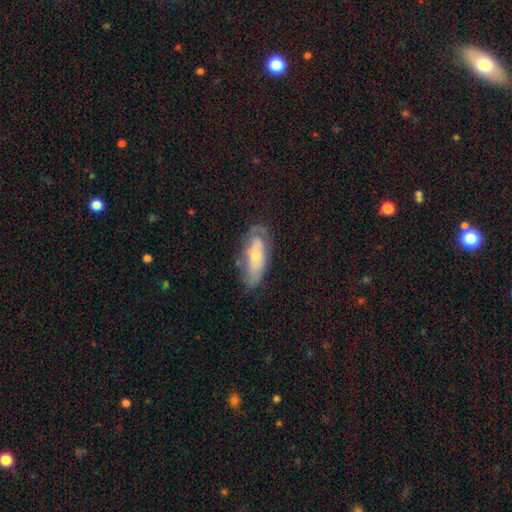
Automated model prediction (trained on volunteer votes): Smooth or featured? Predicted: featured or disk (p=0.55). Edge-on disk? Predicted: no (p=0.84). Merging? Predicted: none (p=0.58).